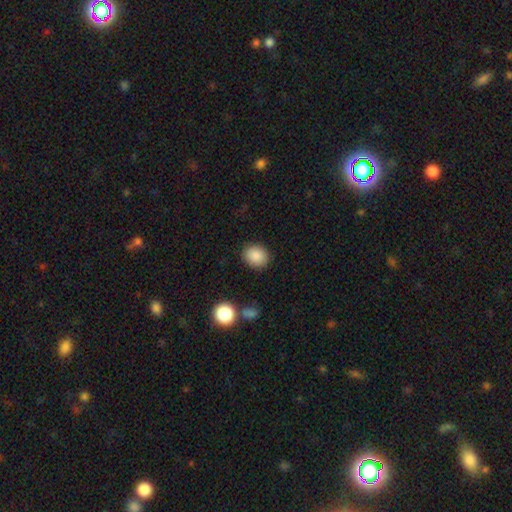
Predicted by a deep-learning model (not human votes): This is clearly a smooth galaxy (88%). How rounded: likely round (68%). Merging: clearly none (88%).